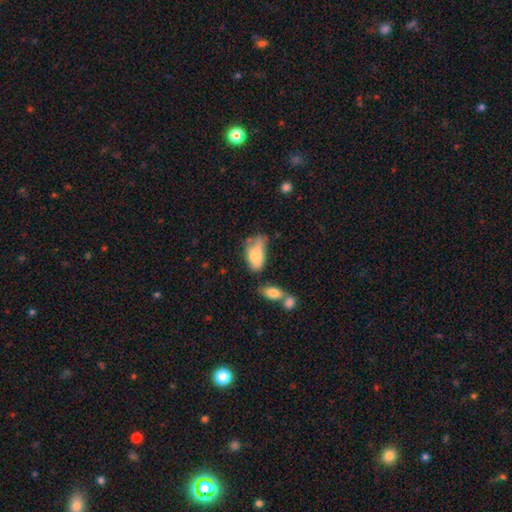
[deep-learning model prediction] Smooth or featured? smooth (73%)
How rounded? in between (89%)
Merging? minor disturbance (34%)